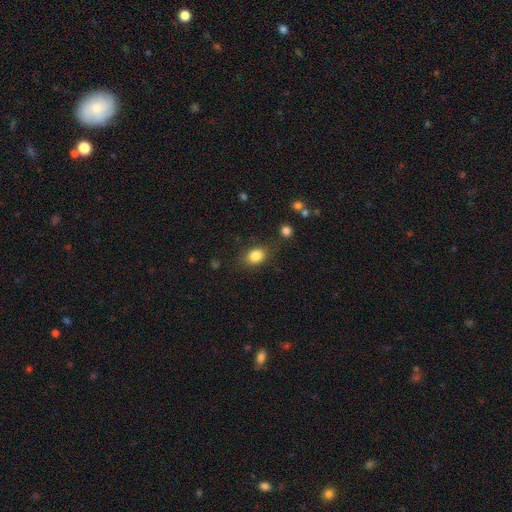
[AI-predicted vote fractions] Smooth or featured? smooth (83%)
How rounded? in between (67%)
Merging? none (78%)